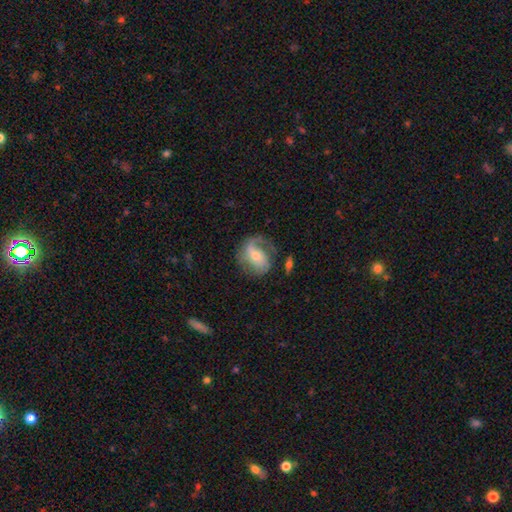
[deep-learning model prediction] Overall: featured or disk (70%). Edge-on disk: no (96%). Bar: no (43%; weak 37%). Spiral arms: yes (87%). Spiral arm count: 2 (48%; 1 39%). Spiral winding: medium (41%; loose 34%). Bulge size: moderate (52%; small 42%). Merging: none (56%; minor disturbance 22%).